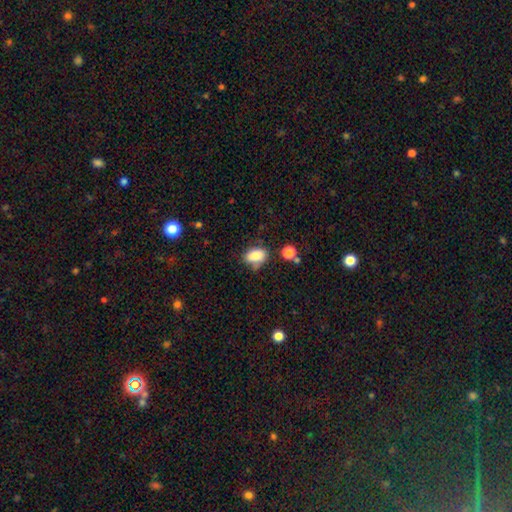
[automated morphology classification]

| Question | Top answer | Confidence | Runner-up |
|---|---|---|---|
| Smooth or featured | smooth | 82% | star or artifact (10%) |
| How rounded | in between | 84% | round (13%) |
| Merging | none | 61% | minor disturbance (23%) |